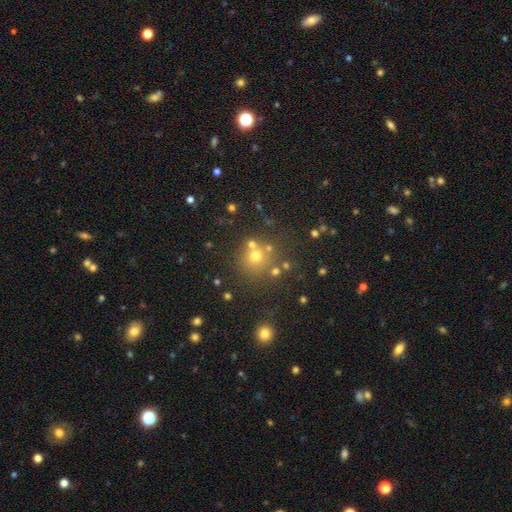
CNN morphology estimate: smooth_or_featured: smooth (p=0.63) [alt: star or artifact p=0.26]
how_rounded: round (p=0.91) [alt: in between p=0.08]
merging: none (p=0.71) [alt: merger p=0.16]